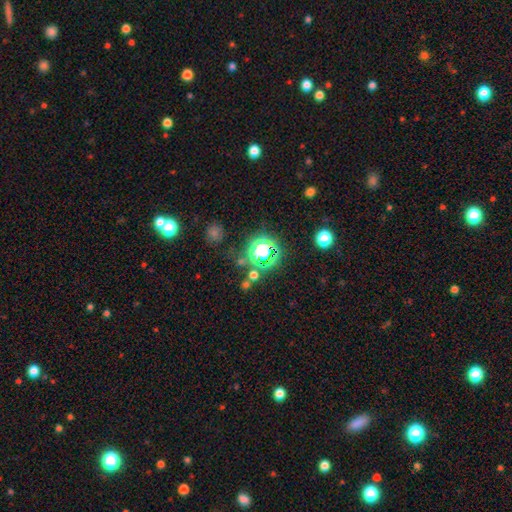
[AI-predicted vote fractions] Smooth or featured?
  - star or artifact: 75% *
  - smooth: 17%
  - featured or disk: 8%